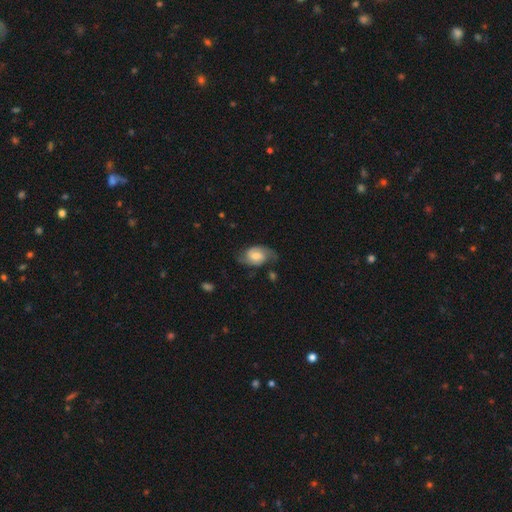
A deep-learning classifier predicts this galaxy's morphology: Overall: featured or disk (65%; smooth 28%). Edge-on disk: no (96%). Bar: weak (45%, tied with no). Spiral arms: yes (91%). Spiral arm count: 2 (85%). Spiral winding: medium (46%; tight 29%). Bulge size: moderate (58%; small 28%). Merging: none (65%).